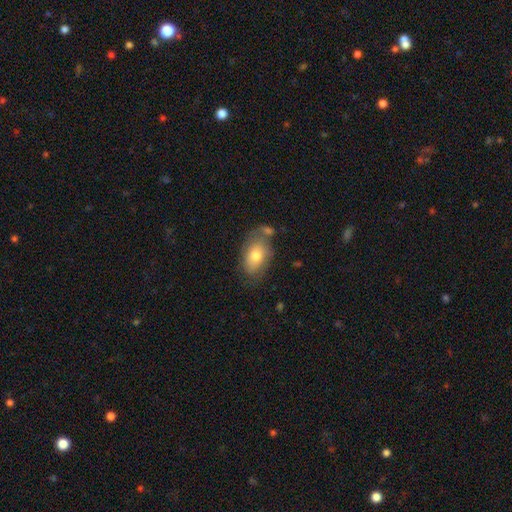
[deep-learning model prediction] smooth 70%, featured or disk 23%, star or artifact 7%. Down the decision tree: how rounded — in between (88%); merging — none (55%).